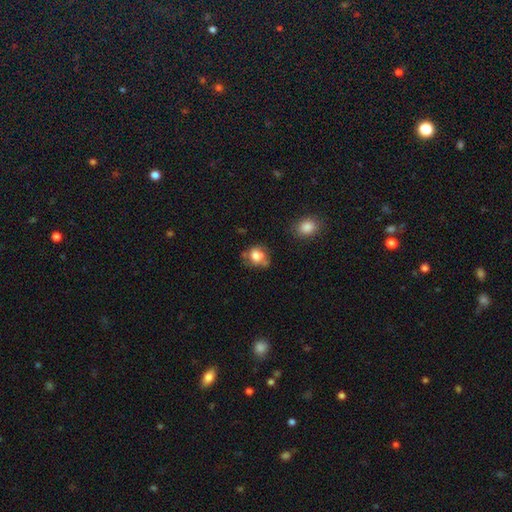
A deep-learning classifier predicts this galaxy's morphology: Smooth or featured: smooth — 70% (featured or disk — 20%)
How rounded: round — 58% (in between — 40%)
Merging: none — 45% (minor disturbance — 28%)